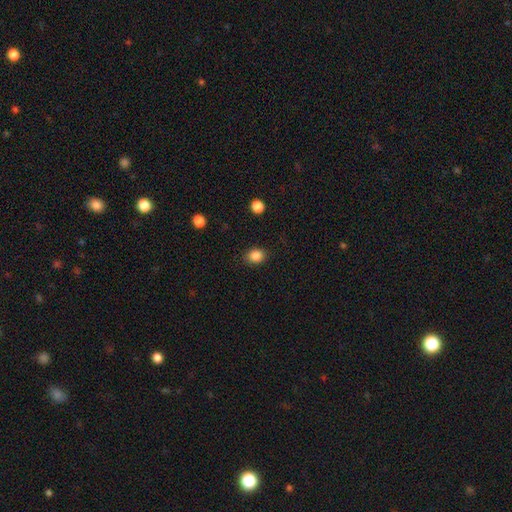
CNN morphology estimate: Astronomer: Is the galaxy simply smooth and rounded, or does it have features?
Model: smooth — 86%.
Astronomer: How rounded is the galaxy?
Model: round — 52% (runner-up: in between, 47%).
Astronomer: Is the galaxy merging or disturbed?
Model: none — 87%.